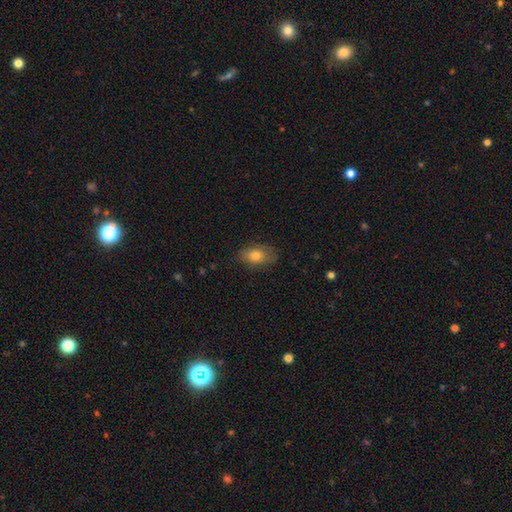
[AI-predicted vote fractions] This appears to be a smooth galaxy with no disk features (78%) that is in between round and cigar-shaped (87%). Merging: none (79%).